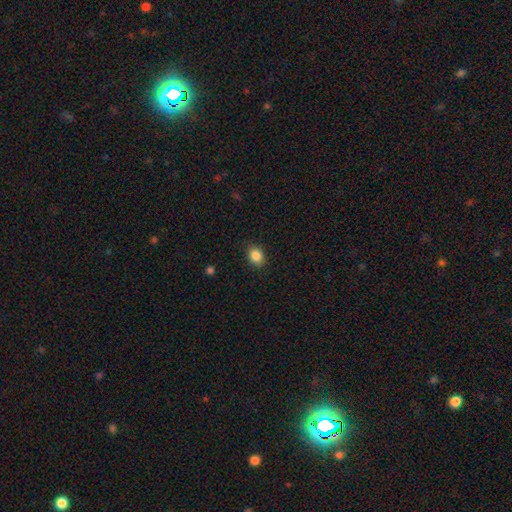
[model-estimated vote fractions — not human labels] This appears to be a smooth galaxy with no disk features (87%) that is in between round and cigar-shaped (54%). Merging: none (88%).